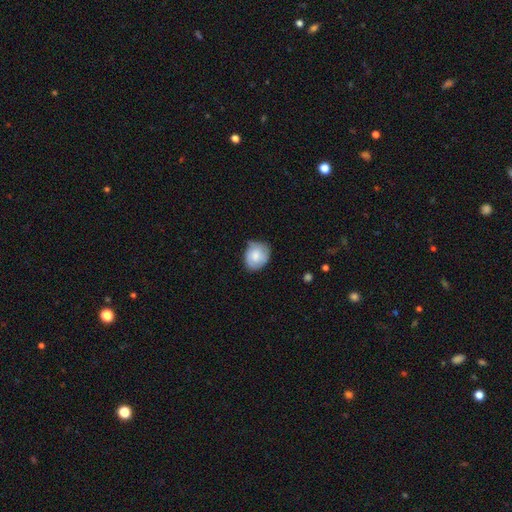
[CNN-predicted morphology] The model was most divided on "how rounded": round: 59%, in between: 40%, cigar-shaped: 1%. More confident: smooth or featured — smooth (71%); merging — none (59%).